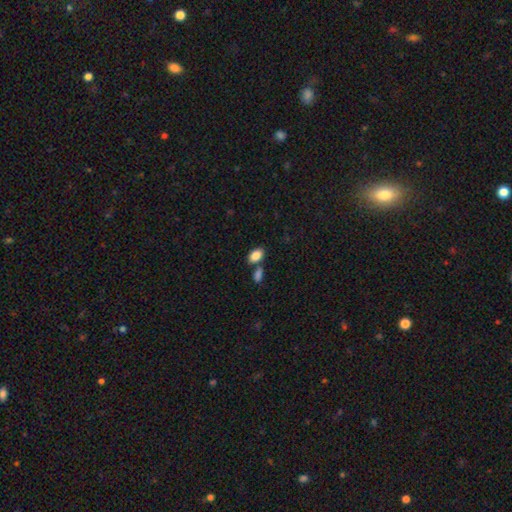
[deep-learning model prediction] This is clearly a smooth galaxy (86%). How rounded: clearly in between (90%). Merging: likely none (63%).